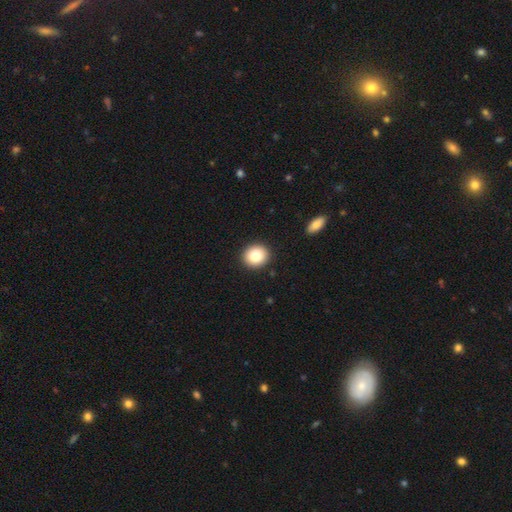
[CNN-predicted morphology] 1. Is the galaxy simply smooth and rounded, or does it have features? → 82% smooth, 9% star or artifact, 9% featured or disk.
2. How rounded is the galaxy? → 83% round, 16% in between, 1% cigar-shaped.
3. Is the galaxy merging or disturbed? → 92% none, 5% minor disturbance, 2% major disturbance, 1% merger.